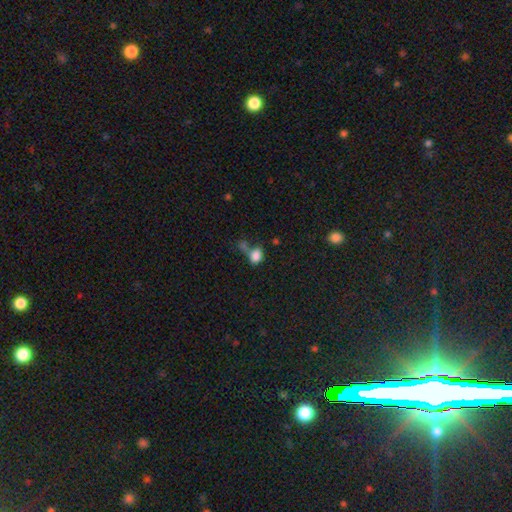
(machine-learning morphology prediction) This appears to be a smooth galaxy with no disk features (82%) that is in between round and cigar-shaped (69%). Merging: none (39%).